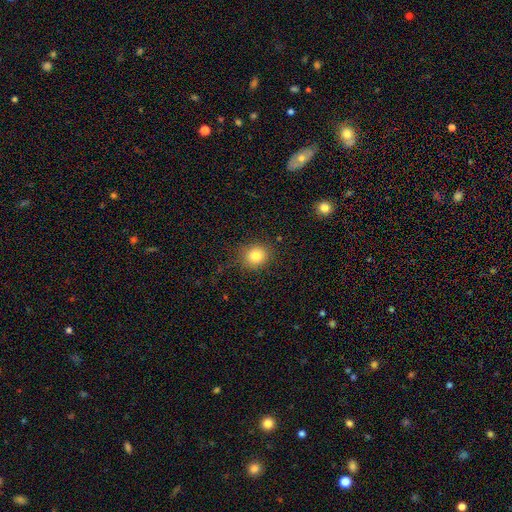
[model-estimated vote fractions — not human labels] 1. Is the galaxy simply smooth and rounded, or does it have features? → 82% smooth, 12% star or artifact, 7% featured or disk.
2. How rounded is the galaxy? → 80% round, 19% in between, 1% cigar-shaped.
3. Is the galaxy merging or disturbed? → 86% none, 10% minor disturbance, 3% major disturbance, 1% merger.